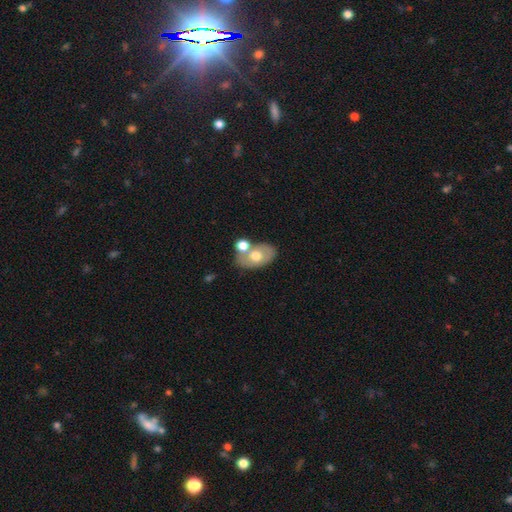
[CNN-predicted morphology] A smooth galaxy with no disk features (60%) that is in between round and cigar-shaped (86%). Merging: none (53%).